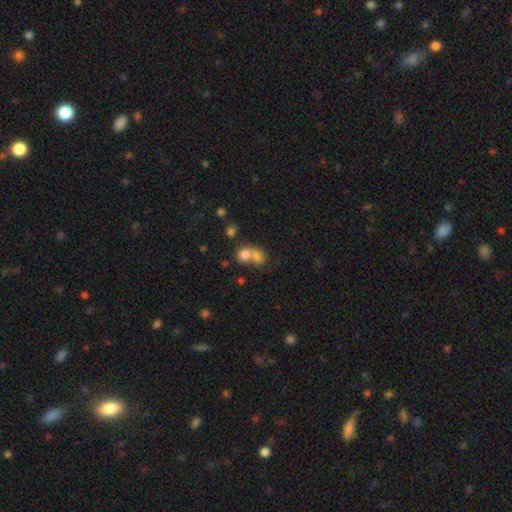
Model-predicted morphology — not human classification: This is likely a smooth galaxy (75%). How rounded: likely round (65%). Merging: likely merger (60%).